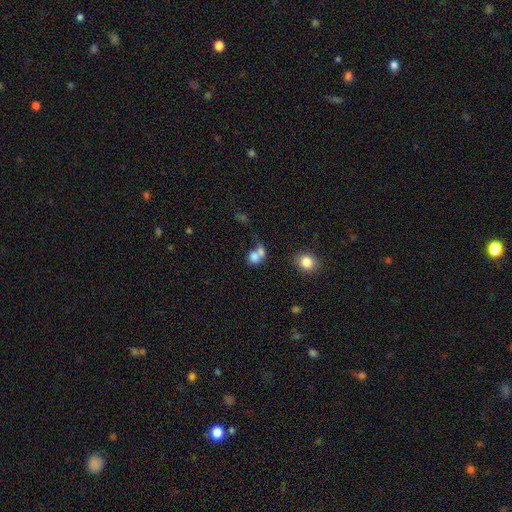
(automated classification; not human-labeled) Smooth or featured? Predicted: smooth (p=0.75). How rounded? Predicted: round (p=0.58). Merging? Predicted: merger (p=0.59).